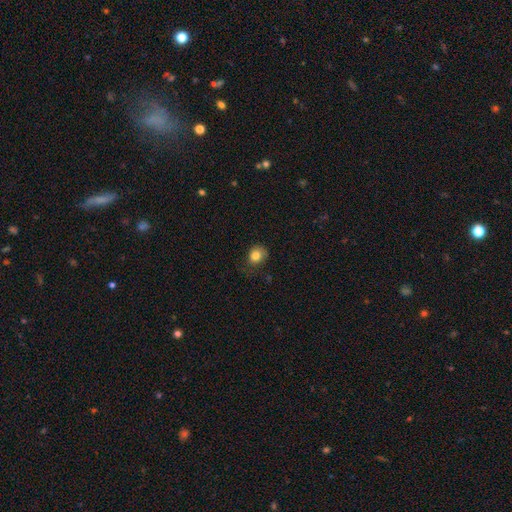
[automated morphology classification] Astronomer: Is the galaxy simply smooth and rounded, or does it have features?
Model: smooth — 83%.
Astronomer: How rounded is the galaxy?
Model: round — 68%.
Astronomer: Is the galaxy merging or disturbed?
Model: none — 66%.